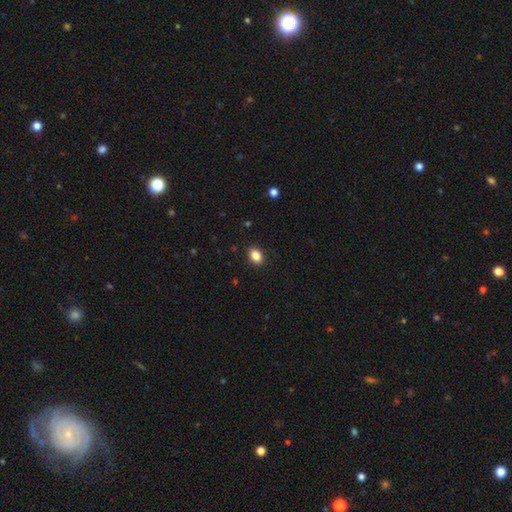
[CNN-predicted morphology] Smooth or featured: smooth — 86% (star or artifact — 9%)
How rounded: in between — 74% (round — 25%)
Merging: none — 89% (minor disturbance — 8%)